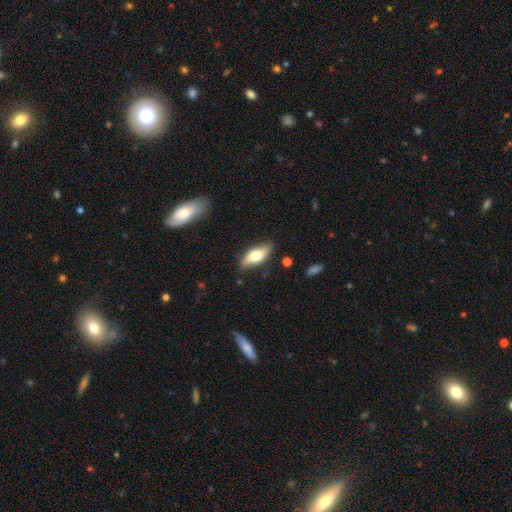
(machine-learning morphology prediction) Overall: smooth (58%; featured or disk 36%). How rounded: in between (72%). Merging: none (80%).